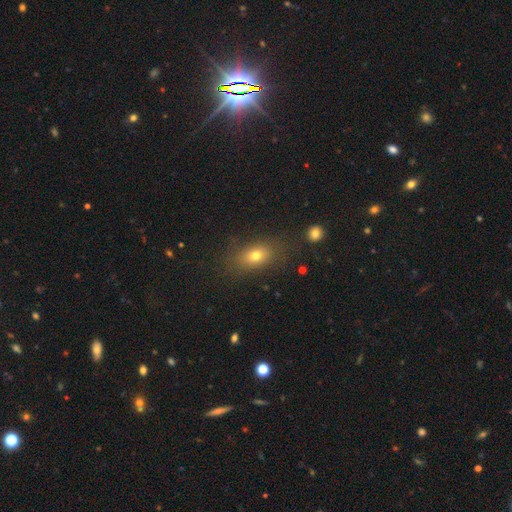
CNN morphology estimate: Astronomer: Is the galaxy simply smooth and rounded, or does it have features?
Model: smooth — 73%.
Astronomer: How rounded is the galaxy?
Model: in between — 75%.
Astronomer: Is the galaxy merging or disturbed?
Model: none — 79%.